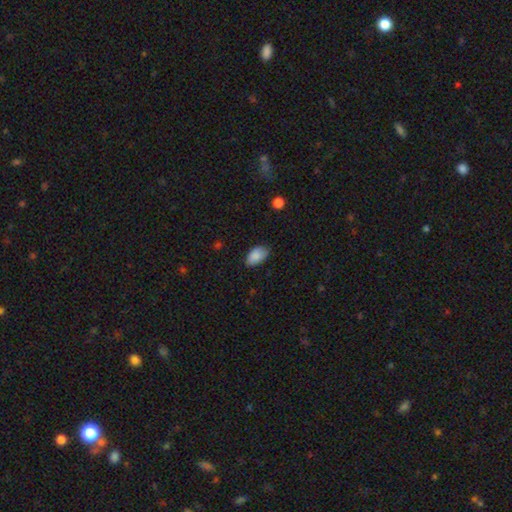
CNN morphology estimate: A smooth galaxy with no disk features (88%) that is in between round and cigar-shaped (93%).

Vote fractions:
- Smooth or featured? smooth: 88% / star or artifact: 7% / featured or disk: 5%
- How rounded? in between: 93% / round: 6% / cigar-shaped: 1%
- Merging? none: 75% / minor disturbance: 20% / major disturbance: 3% / merger: 1%